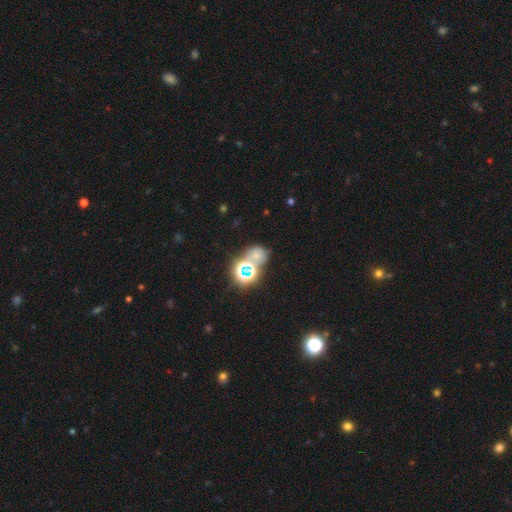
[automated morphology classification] Smooth or featured? star or artifact (45%)